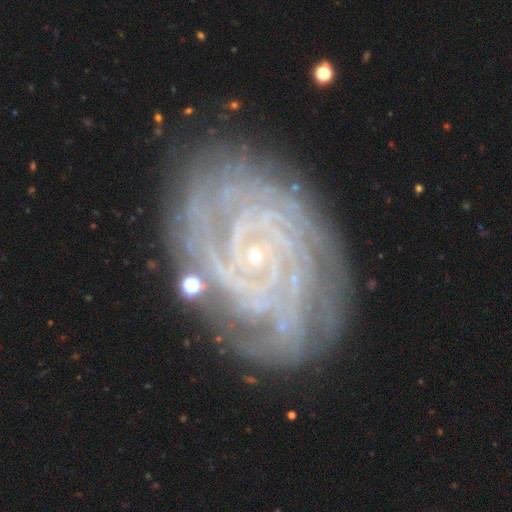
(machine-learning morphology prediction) featured or disk 89%, star or artifact 6%, smooth 5%. Down the decision tree: edge-on disk — no (97%); bar — no (66%); spiral arms — yes (98%); spiral arm count — 4 (21%); spiral winding — tight (82%); bulge size — small (88%); merging — none (80%).